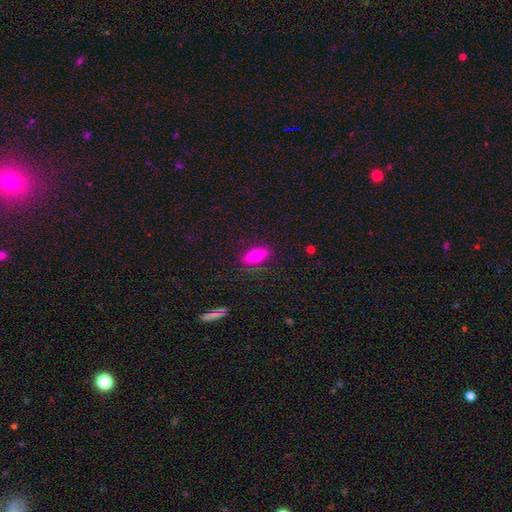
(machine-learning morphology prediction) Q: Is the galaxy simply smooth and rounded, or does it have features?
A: smooth — 70%.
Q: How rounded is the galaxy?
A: in between — 60%.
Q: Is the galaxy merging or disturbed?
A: none — 86%.